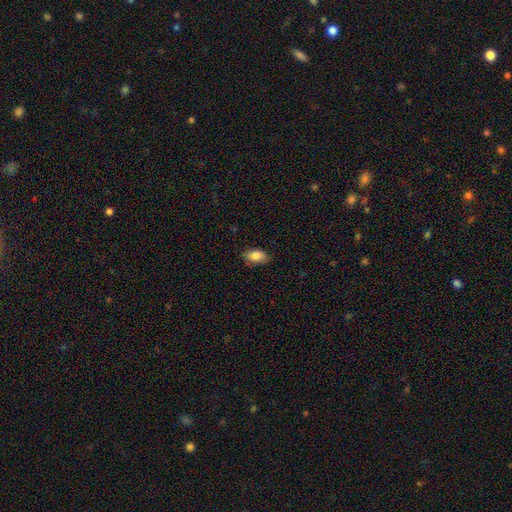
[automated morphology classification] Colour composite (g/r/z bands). It shows a smooth galaxy with no disk features (85%) that is in between round and cigar-shaped (91%). Merging: none (80%).